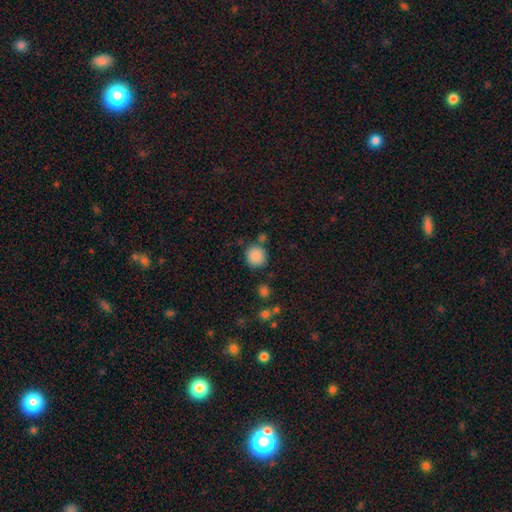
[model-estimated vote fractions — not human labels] Morphology: type=smooth (87%); roundness=round (91%); merging=none (78%).